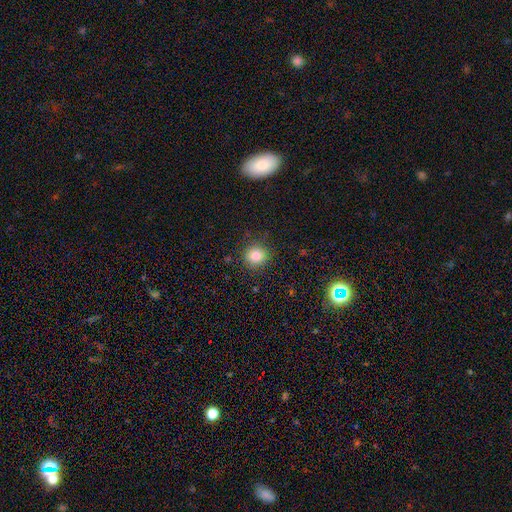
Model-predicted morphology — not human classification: Smooth or featured: smooth — 83% (star or artifact — 12%)
How rounded: round — 90% (in between — 9%)
Merging: none — 88% (minor disturbance — 8%)